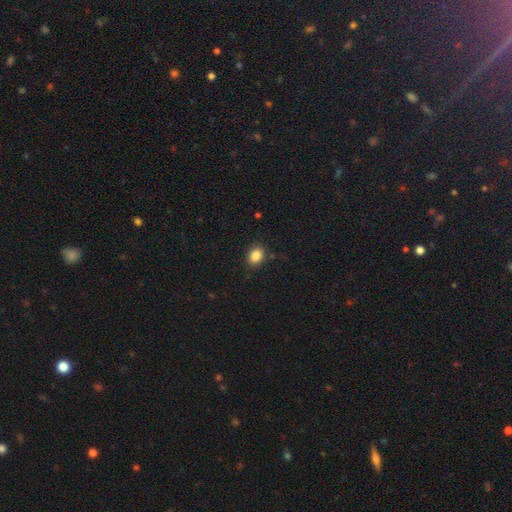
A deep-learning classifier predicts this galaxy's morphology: This is clearly a smooth galaxy (86%). How rounded: likely in between (68%). Merging: clearly none (86%).